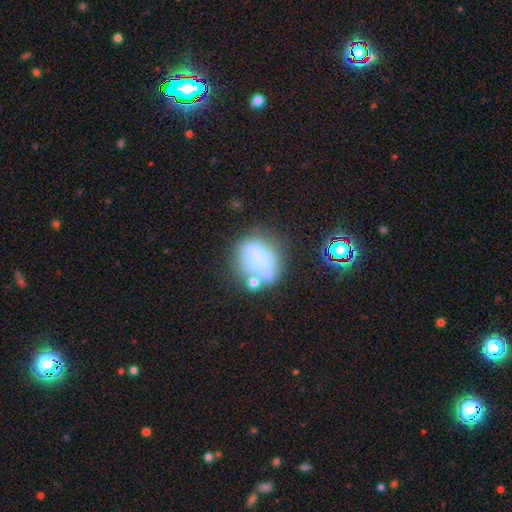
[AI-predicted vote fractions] smooth_or_featured: smooth (p=0.59) [alt: featured or disk p=0.25]
how_rounded: round (p=0.52) [alt: in between p=0.46]
merging: none (p=0.43) [alt: minor disturbance p=0.22]